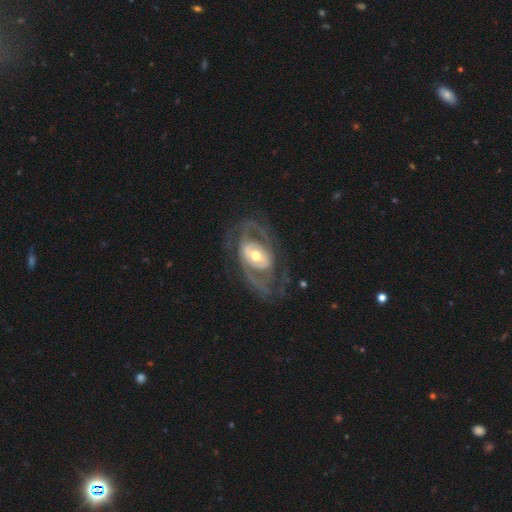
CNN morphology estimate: smooth_or_featured: featured or disk (p=0.84) [alt: smooth p=0.11]
disk_edge_on: no (p=0.95) [alt: yes p=0.05]
bar: no (p=0.45) [alt: weak p=0.34]
has_spiral_arms: yes (p=0.77) [alt: no p=0.23]
spiral_winding: medium (p=0.42) [alt: tight p=0.39]
spiral_arm_count: 2 (p=0.63) [alt: can't tell p=0.19]
bulge_size: moderate (p=0.70) [alt: small p=0.16]
merging: none (p=0.66) [alt: major disturbance p=0.17]